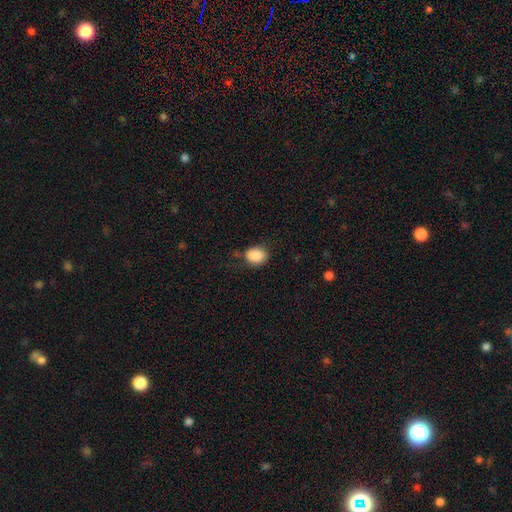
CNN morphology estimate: smooth 88%, star or artifact 8%, featured or disk 4%. Down the decision tree: how rounded — in between (53%); merging — none (72%).